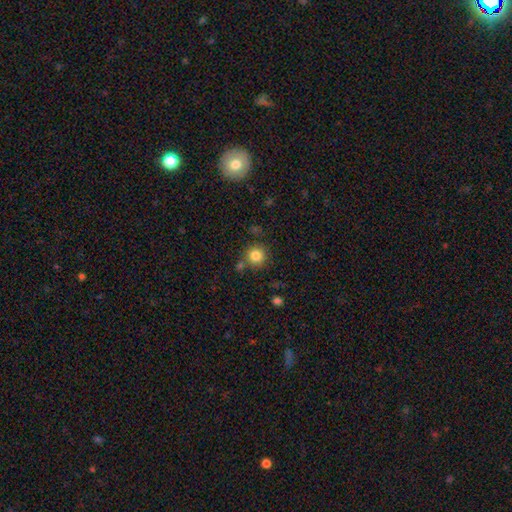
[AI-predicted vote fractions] Smooth or featured?
  - smooth: 83% *
  - star or artifact: 11%
  - featured or disk: 6%
How rounded?
  - round: 94% *
  - in between: 6%
  - cigar-shaped: 1%
Merging?
  - none: 78% *
  - minor disturbance: 9%
  - merger: 9%
  - major disturbance: 3%